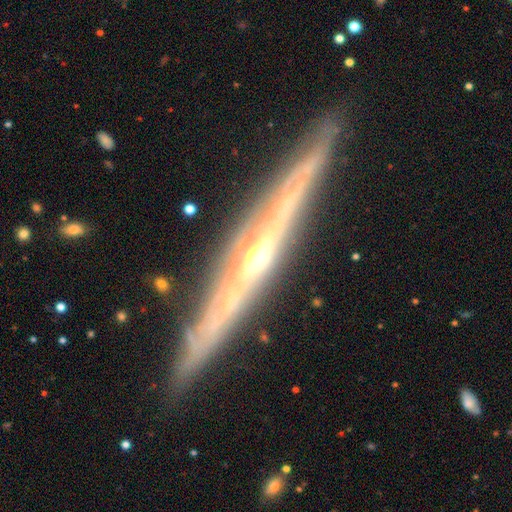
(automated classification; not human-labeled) Overall: featured or disk (85%). Edge-on disk: yes (96%). Edge-on bulge: rounded (78%). Merging: none (89%).